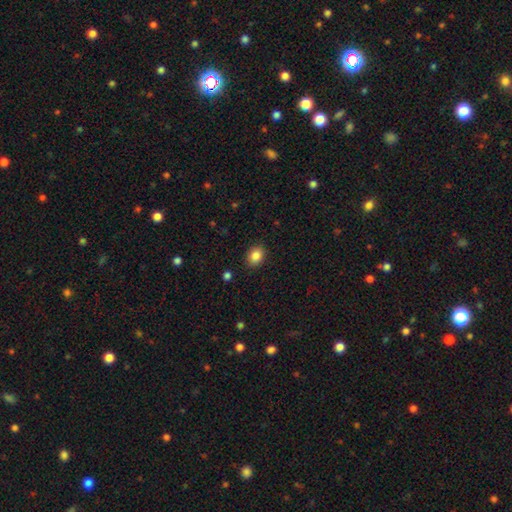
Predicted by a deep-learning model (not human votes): Overall: smooth (87%). How rounded: in between (60%; round 39%). Merging: none (88%).